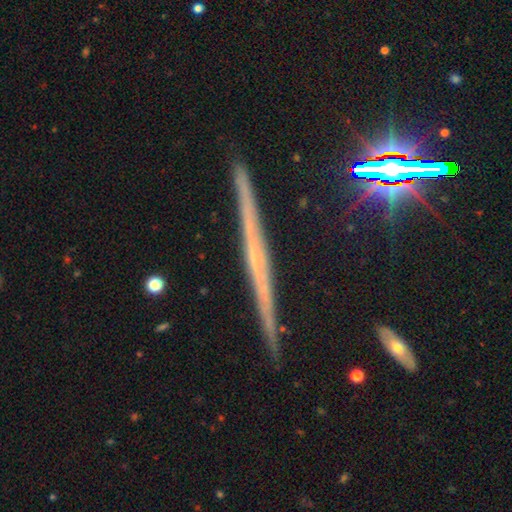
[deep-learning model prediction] Smooth or featured? featured or disk (70%)
Edge-on disk? yes (98%)
Edge-on bulge? none (70%)
Merging? none (89%)